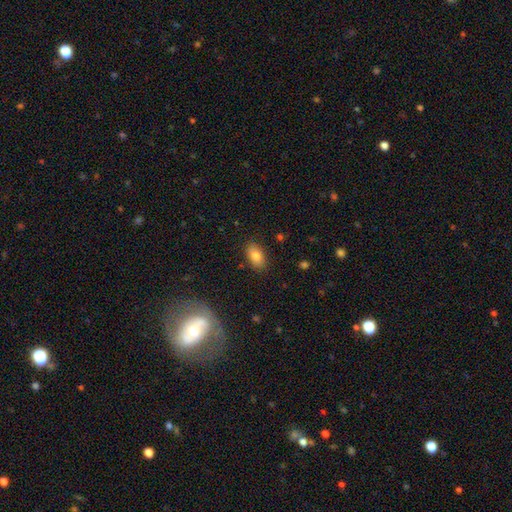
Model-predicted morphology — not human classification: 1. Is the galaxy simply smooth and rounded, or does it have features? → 81% smooth, 10% featured or disk, 9% star or artifact.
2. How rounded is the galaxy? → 90% in between, 8% round, 2% cigar-shaped.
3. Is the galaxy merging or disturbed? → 85% none, 11% minor disturbance, 3% major disturbance, 1% merger.